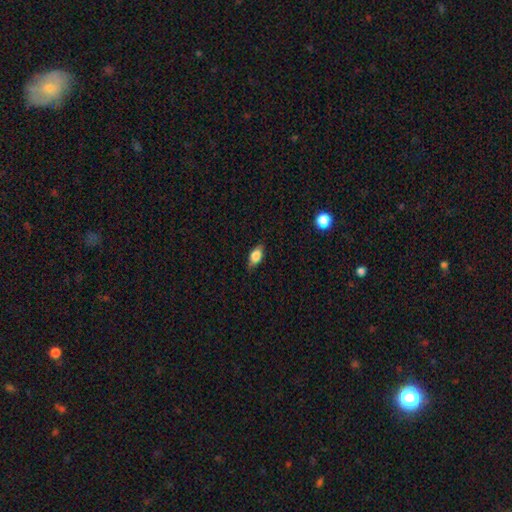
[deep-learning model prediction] Smooth or featured? smooth (71%)
How rounded? in between (81%)
Merging? none (78%)